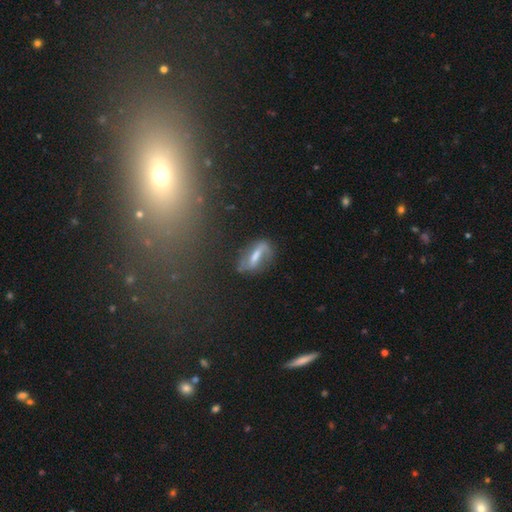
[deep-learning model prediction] This is possibly a featured or disk galaxy (57%). It is clearly not viewed edge-on (83%). Merging: likely none (60%).